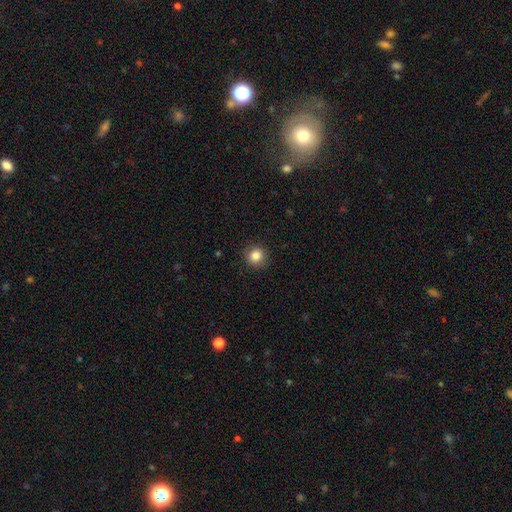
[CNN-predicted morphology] Smooth or featured: smooth — 85% (star or artifact — 10%)
How rounded: round — 92% (in between — 7%)
Merging: none — 91% (minor disturbance — 6%)